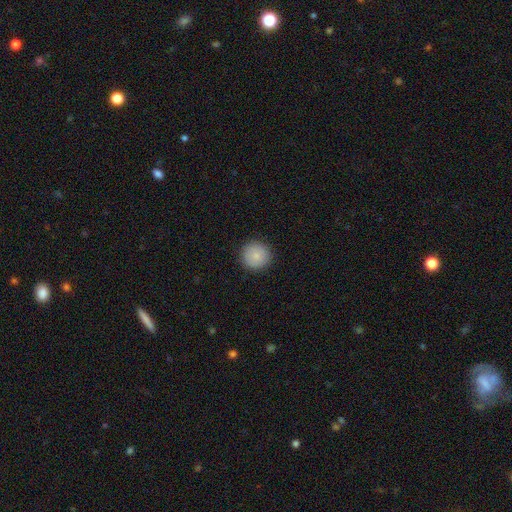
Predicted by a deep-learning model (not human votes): This is clearly a smooth galaxy (85%). How rounded: clearly round (95%). Merging: clearly none (91%).